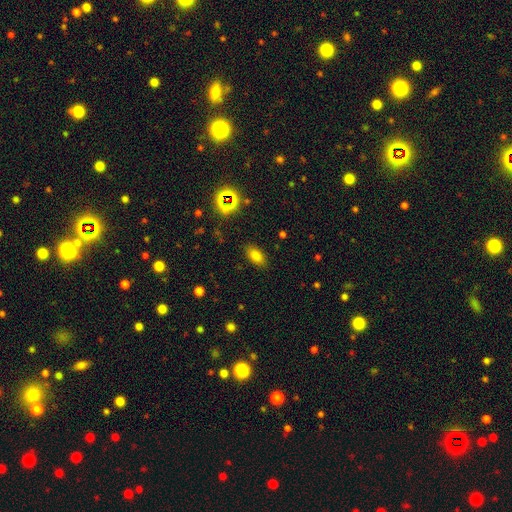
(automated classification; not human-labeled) This appears to be a smooth galaxy with no disk features (75%) that is in between round and cigar-shaped (88%). Merging: none (86%).